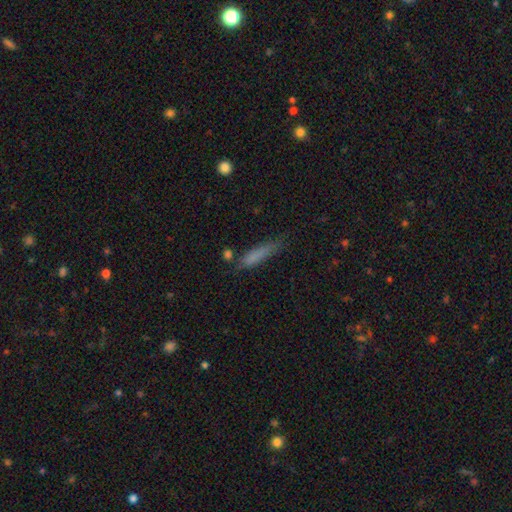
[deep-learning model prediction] smooth 77%, featured or disk 14%, star or artifact 9%. Down the decision tree: how rounded — cigar-shaped (82%); merging — none (62%).